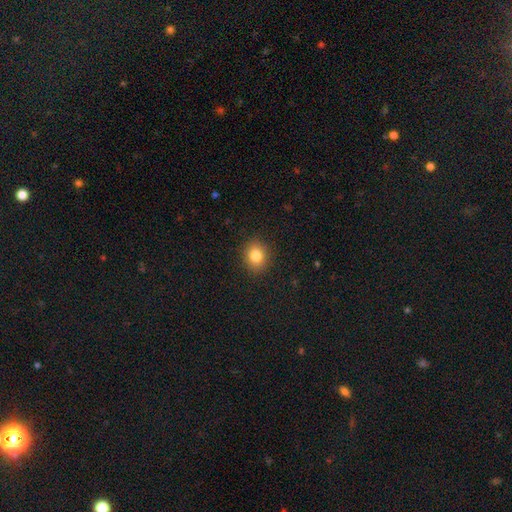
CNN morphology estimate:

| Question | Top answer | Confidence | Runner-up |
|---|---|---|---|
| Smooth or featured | smooth | 82% | star or artifact (11%) |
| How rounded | round | 64% | in between (35%) |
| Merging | none | 89% | minor disturbance (7%) |